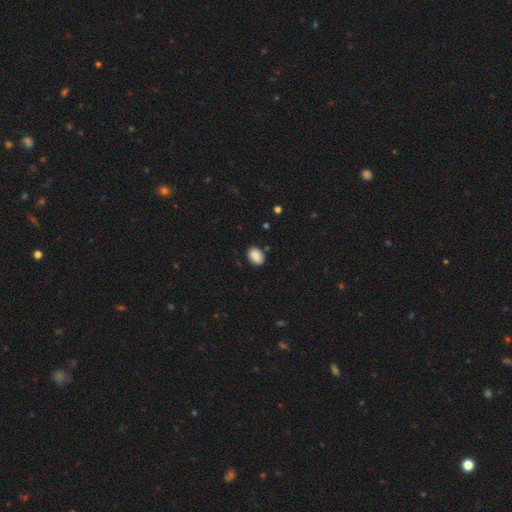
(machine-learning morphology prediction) Smooth or featured? Predicted: smooth (p=0.88). How rounded? Predicted: in between (p=0.76). Merging? Predicted: none (p=0.84).